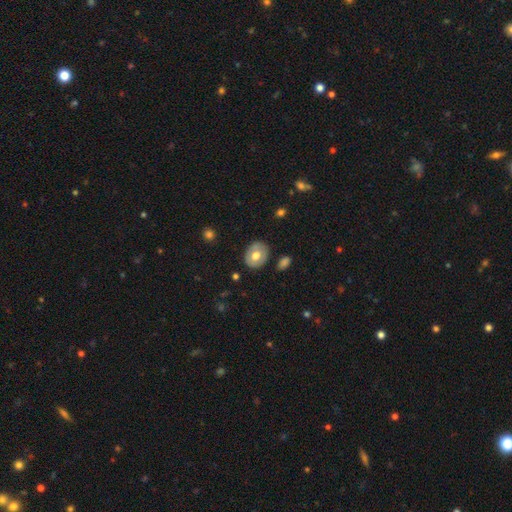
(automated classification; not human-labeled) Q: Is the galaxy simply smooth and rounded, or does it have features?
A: smooth — 60%.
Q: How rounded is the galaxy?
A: in between — 52%.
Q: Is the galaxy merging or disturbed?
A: none — 83%.